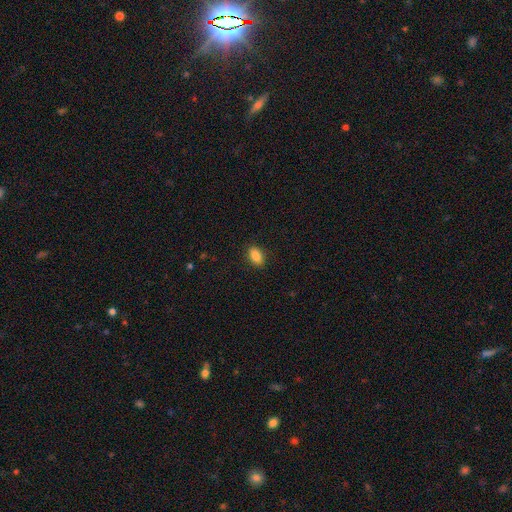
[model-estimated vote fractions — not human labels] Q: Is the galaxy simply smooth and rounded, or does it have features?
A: smooth — 88%.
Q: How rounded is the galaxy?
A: in between — 90%.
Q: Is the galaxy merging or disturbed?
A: none — 89%.